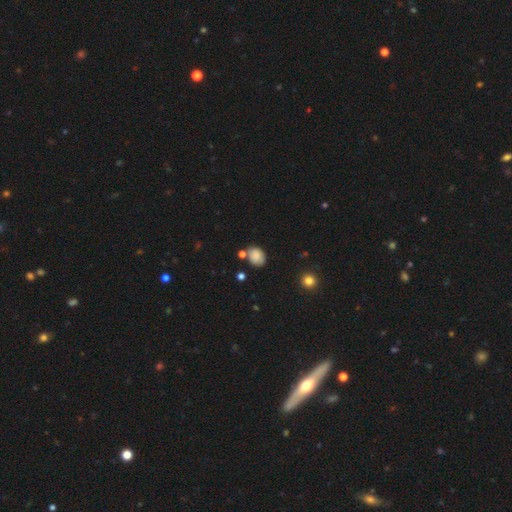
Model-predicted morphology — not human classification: smooth_or_featured: smooth (p=0.80) [alt: star or artifact p=0.10]
how_rounded: in between (p=0.53) [alt: round p=0.46]
merging: none (p=0.59) [alt: minor disturbance p=0.21]